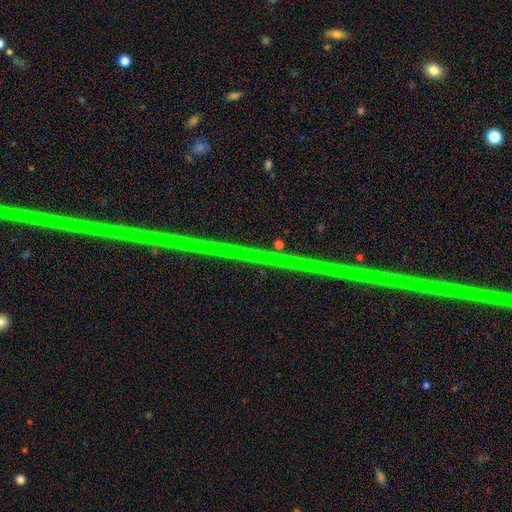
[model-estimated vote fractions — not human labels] star or artifact 89%, featured or disk 7%, smooth 4%.